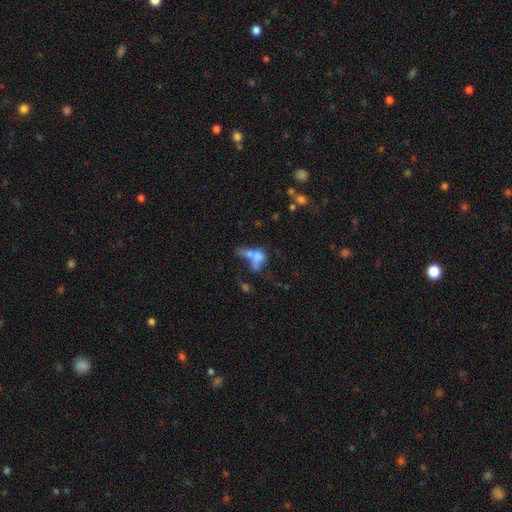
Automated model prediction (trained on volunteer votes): A smooth galaxy with no disk features (57%) that is in between round and cigar-shaped (68%). Merging: merger (54%).